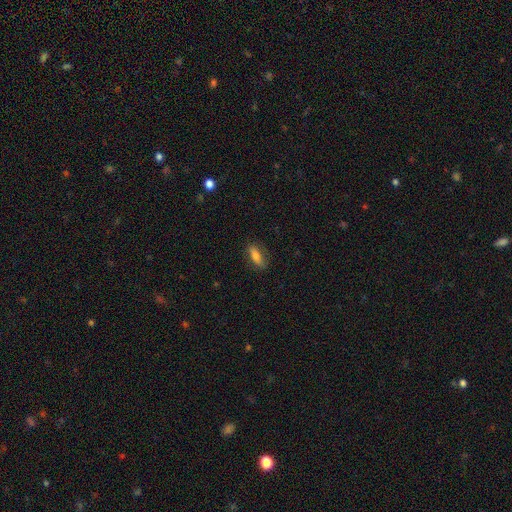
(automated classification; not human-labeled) Smooth or featured? smooth (68%)
How rounded? in between (55%)
Merging? none (81%)